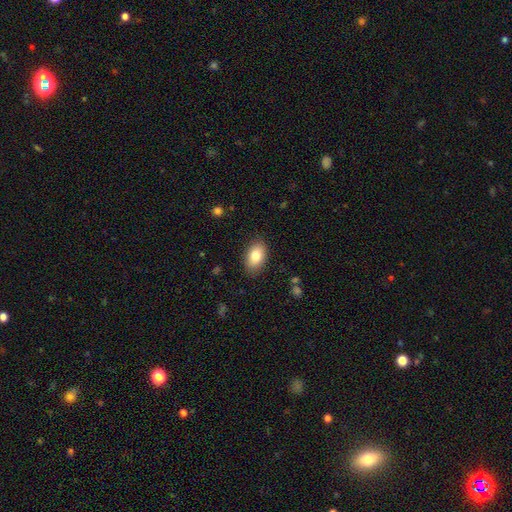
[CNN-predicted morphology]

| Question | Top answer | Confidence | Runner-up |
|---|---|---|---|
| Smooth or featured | smooth | 82% | featured or disk (11%) |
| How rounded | in between | 91% | round (8%) |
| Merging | none | 87% | minor disturbance (10%) |